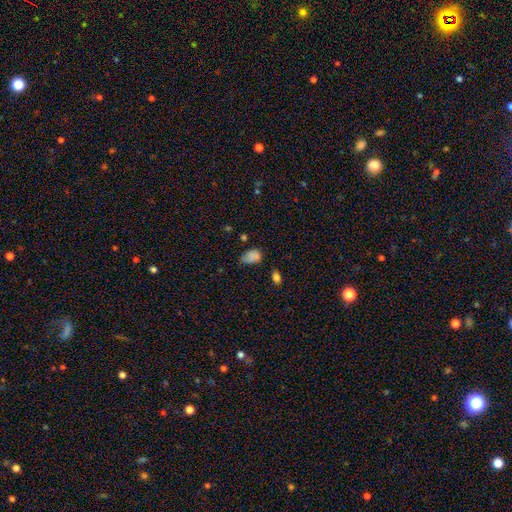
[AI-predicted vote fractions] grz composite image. It shows a smooth galaxy with no disk features (81%) that is in between round and cigar-shaped (87%). Merging: none (44%).